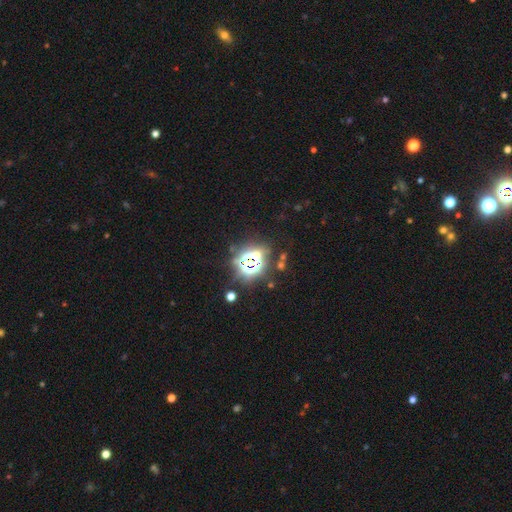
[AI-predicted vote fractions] smooth_or_featured: star or artifact (p=0.75) [alt: smooth p=0.15]